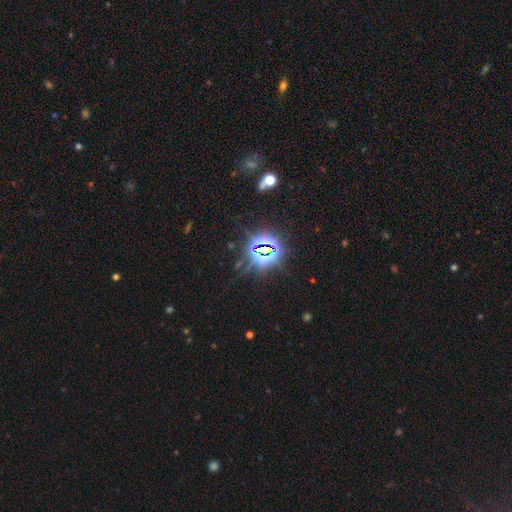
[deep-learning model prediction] smooth-or-featured: star or artifact: 82% | smooth: 11% | featured or disk: 7%